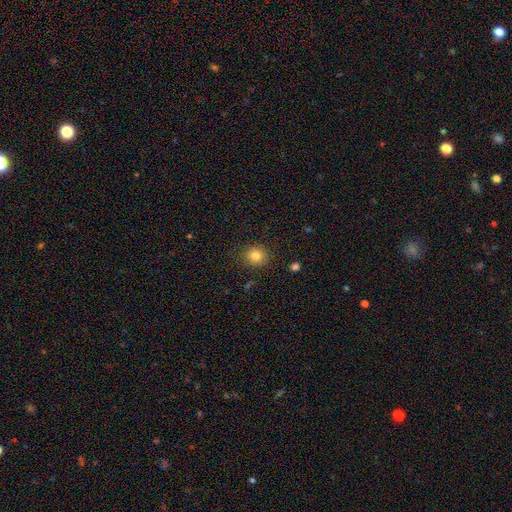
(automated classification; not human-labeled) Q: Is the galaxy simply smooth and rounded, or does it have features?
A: smooth — 82%.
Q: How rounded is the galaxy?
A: round — 85%.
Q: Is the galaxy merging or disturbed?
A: none — 88%.